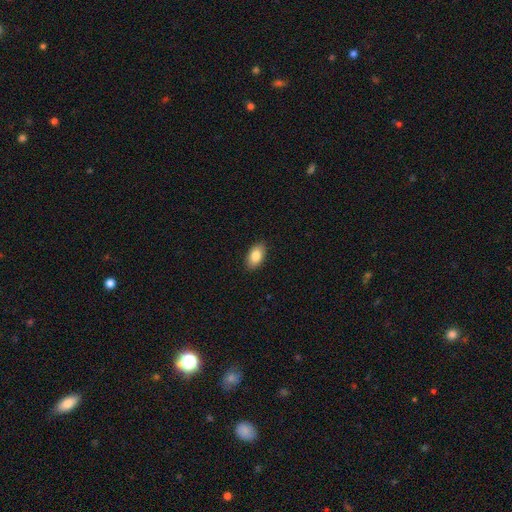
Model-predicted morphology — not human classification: smooth-or-featured: smooth: 85% | featured or disk: 8% | star or artifact: 7%
  how-rounded: in between: 93% | round: 5% | cigar-shaped: 2%
  merging: none: 89% | minor disturbance: 8% | major disturbance: 2% | merger: 1%